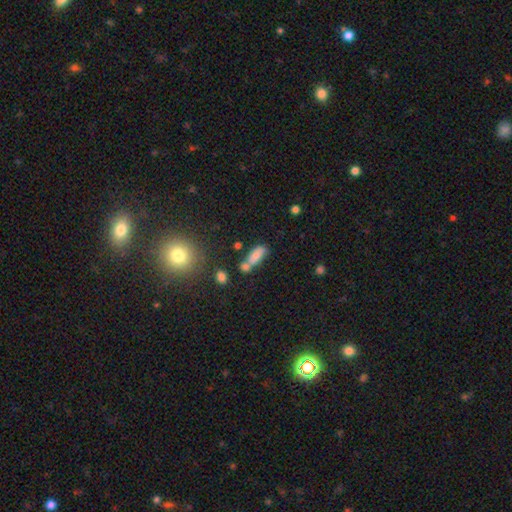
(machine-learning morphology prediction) Overall: smooth (73%). How rounded: in between (74%). Merging: none (43%; merger 33%).